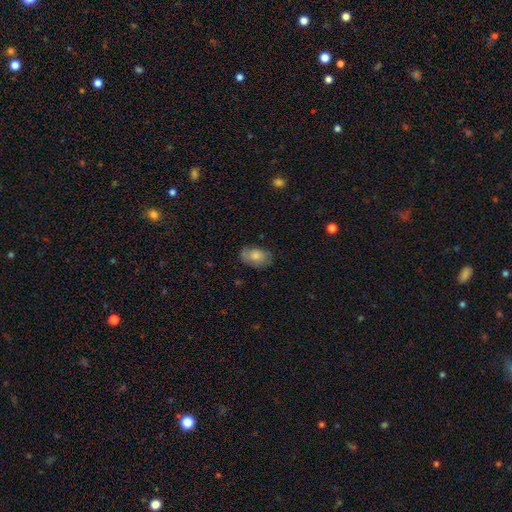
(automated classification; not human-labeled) Smooth or featured?
  - smooth: 71% *
  - featured or disk: 21%
  - star or artifact: 8%
How rounded?
  - in between: 86% *
  - round: 13%
  - cigar-shaped: 2%
Merging?
  - none: 69% *
  - minor disturbance: 23%
  - major disturbance: 6%
  - merger: 2%